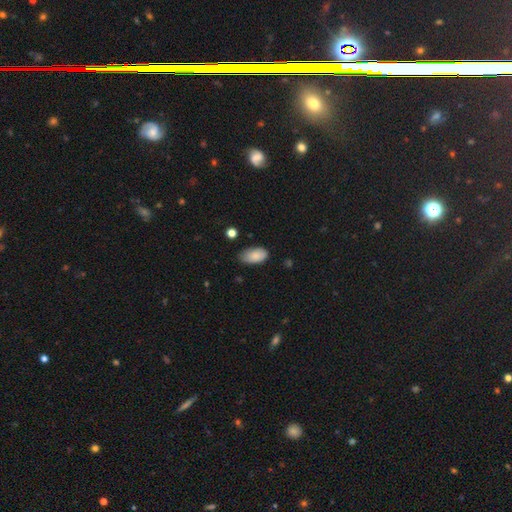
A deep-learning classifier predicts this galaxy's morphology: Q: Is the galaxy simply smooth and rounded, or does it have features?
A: smooth — 86%.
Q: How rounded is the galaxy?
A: in between — 94%.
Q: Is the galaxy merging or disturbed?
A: none — 66%.